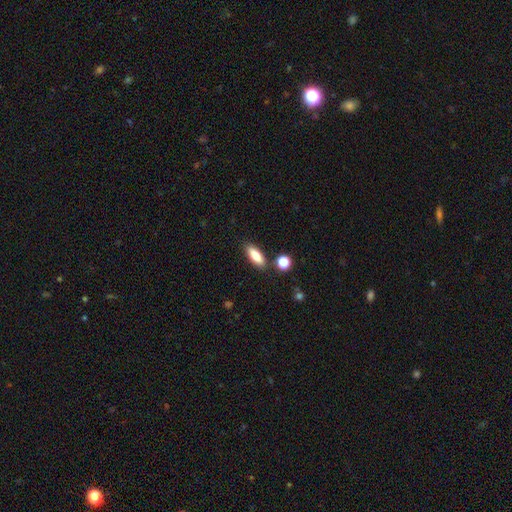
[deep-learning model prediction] Smooth or featured: smooth — 82% (featured or disk — 10%)
How rounded: in between — 64% (cigar-shaped — 33%)
Merging: none — 83% (minor disturbance — 10%)